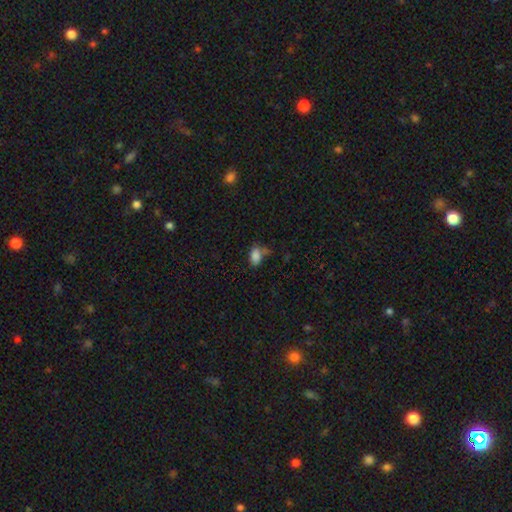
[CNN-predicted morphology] Smooth or featured: smooth — 83% (star or artifact — 11%)
How rounded: in between — 89% (round — 9%)
Merging: none — 53% (minor disturbance — 24%)